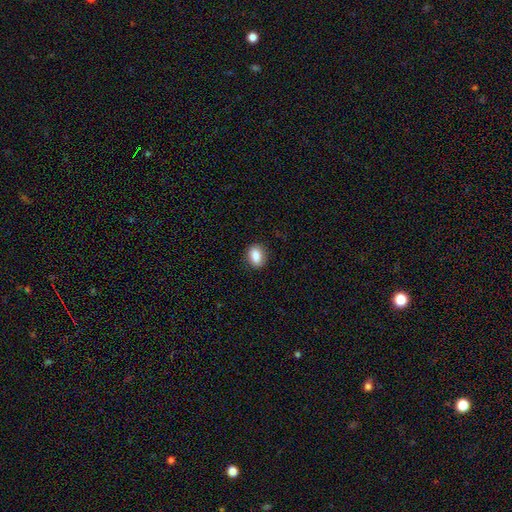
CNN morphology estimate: Smooth or featured?
  - smooth: 87% *
  - star or artifact: 8%
  - featured or disk: 5%
How rounded?
  - in between: 71% *
  - round: 28%
  - cigar-shaped: 1%
Merging?
  - none: 88% *
  - minor disturbance: 9%
  - major disturbance: 2%
  - merger: 1%